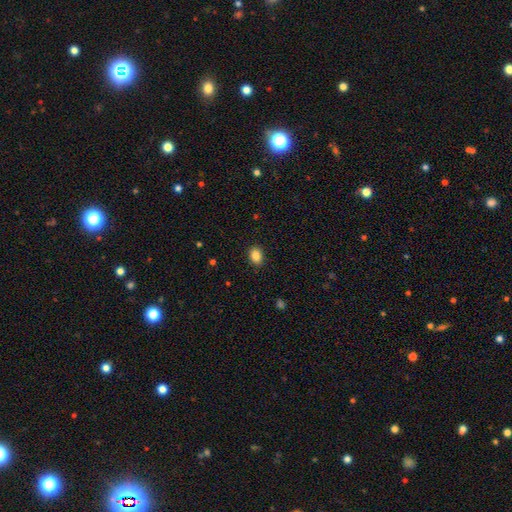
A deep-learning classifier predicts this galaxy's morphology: The model was most divided on "how rounded": in between: 72%, round: 27%, cigar-shaped: 1%. More confident: merging — none (88%); smooth or featured — smooth (86%).